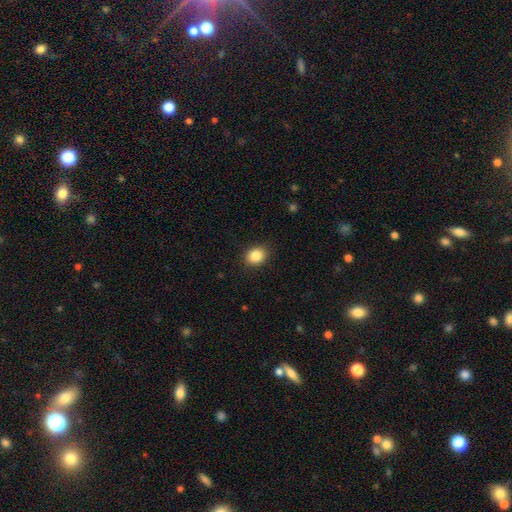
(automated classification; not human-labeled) smooth-or-featured: smooth: 86% | star or artifact: 9% | featured or disk: 5%
  how-rounded: round: 55% | in between: 44% | cigar-shaped: 1%
  merging: none: 89% | minor disturbance: 8% | major disturbance: 2% | merger: 1%